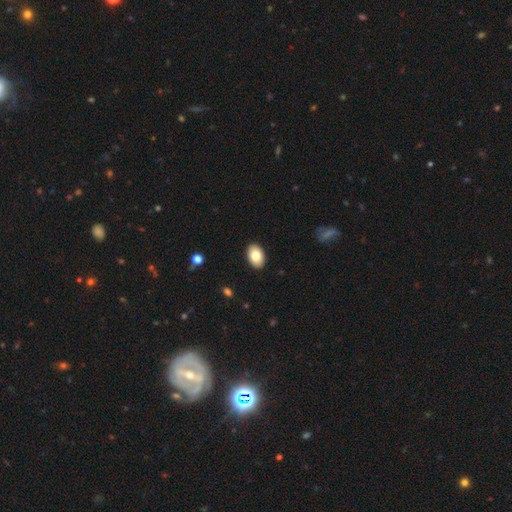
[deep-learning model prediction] Smooth or featured? smooth (82%)
How rounded? in between (91%)
Merging? none (90%)